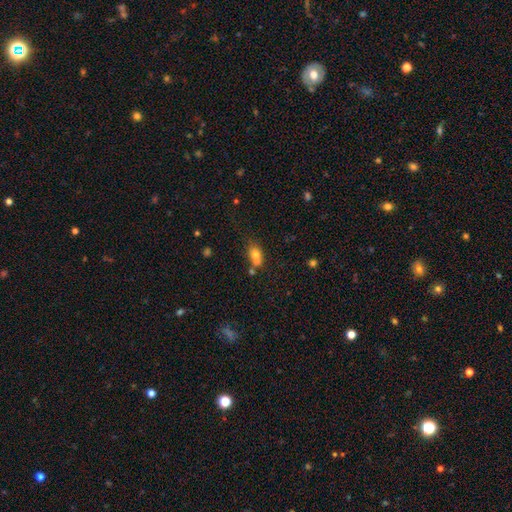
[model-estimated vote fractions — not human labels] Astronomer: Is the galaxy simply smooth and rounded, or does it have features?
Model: smooth — 71%.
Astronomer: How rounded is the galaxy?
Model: in between — 62%.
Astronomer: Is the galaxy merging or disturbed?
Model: merger — 52% (runner-up: none, 30%).